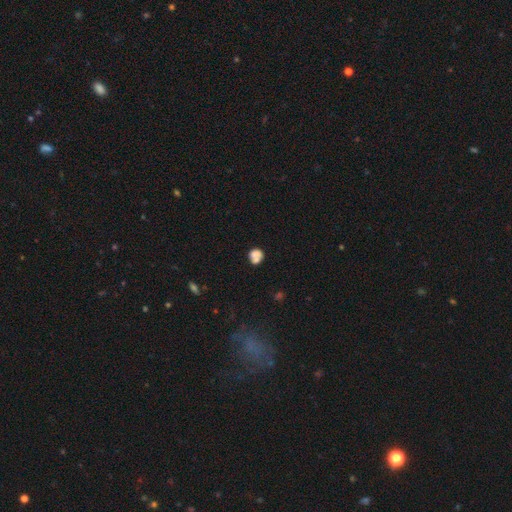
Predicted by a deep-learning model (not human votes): A smooth galaxy with no disk features (69%) that is round (69%). Merging: none (39%).